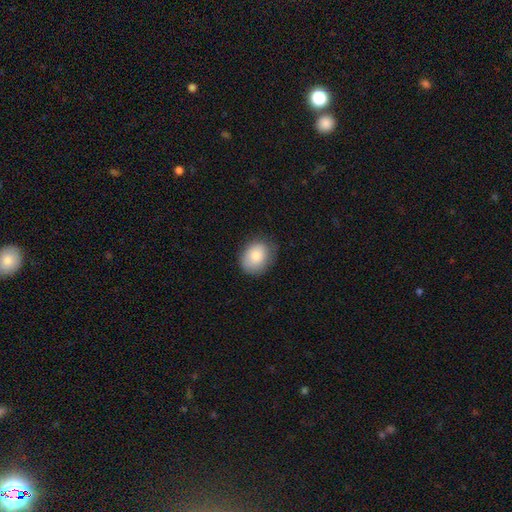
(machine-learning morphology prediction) A smooth galaxy with no disk features (83%) that is in between round and cigar-shaped (56%).

Vote fractions:
- Smooth or featured? smooth: 83% / featured or disk: 10% / star or artifact: 7%
- How rounded? in between: 56% / round: 43% / cigar-shaped: 1%
- Merging? none: 75% / minor disturbance: 20% / major disturbance: 4% / merger: 1%